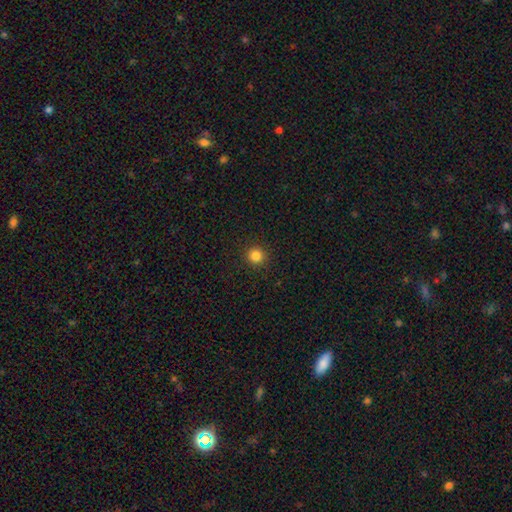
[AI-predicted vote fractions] A smooth galaxy with no disk features (84%) that is round (95%). Merging: none (92%).